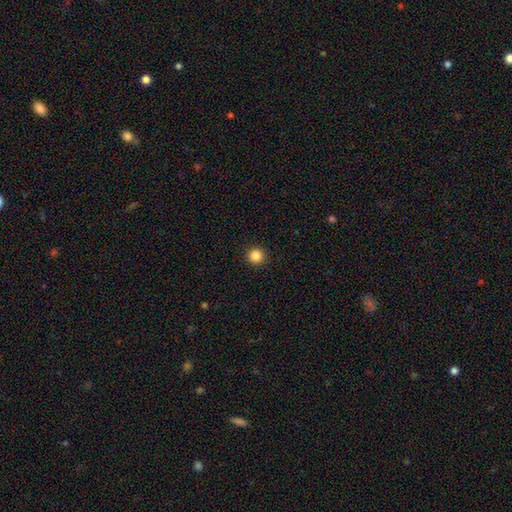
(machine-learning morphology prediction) smooth 85%, star or artifact 11%, featured or disk 3%. Down the decision tree: how rounded — round (95%); merging — none (94%).